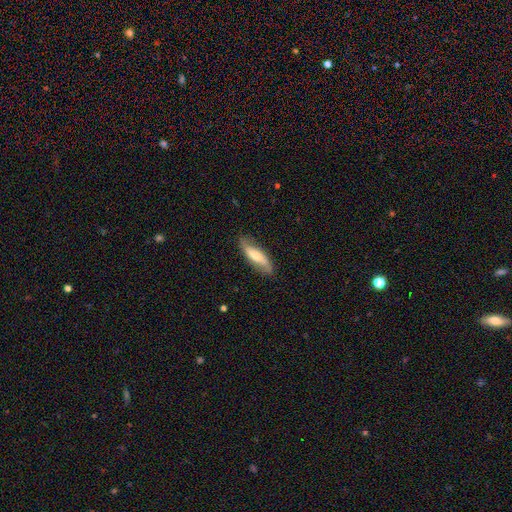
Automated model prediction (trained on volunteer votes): A featured or disk galaxy (49%).

Vote fractions:
- Smooth or featured? featured or disk: 49% / smooth: 45% / star or artifact: 6%
- Merging? none: 79% / minor disturbance: 16% / major disturbance: 4% / merger: 1%